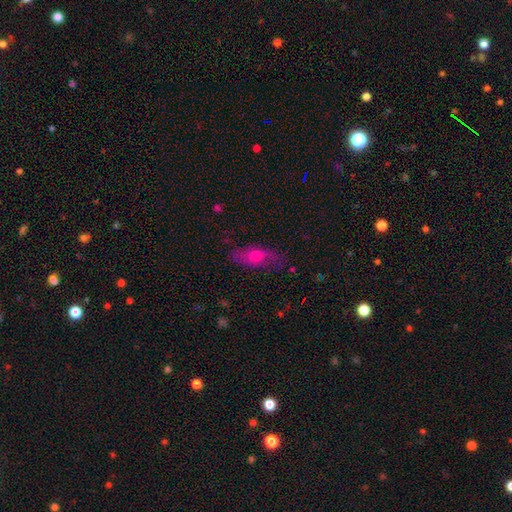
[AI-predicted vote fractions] smooth_or_featured: smooth (p=0.49) [alt: featured or disk p=0.43]
merging: none (p=0.71) [alt: minor disturbance p=0.21]